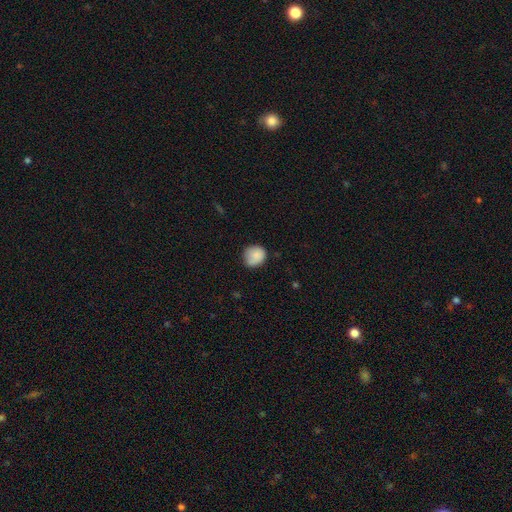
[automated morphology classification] Smooth or featured? smooth (84%)
How rounded? round (81%)
Merging? none (68%)